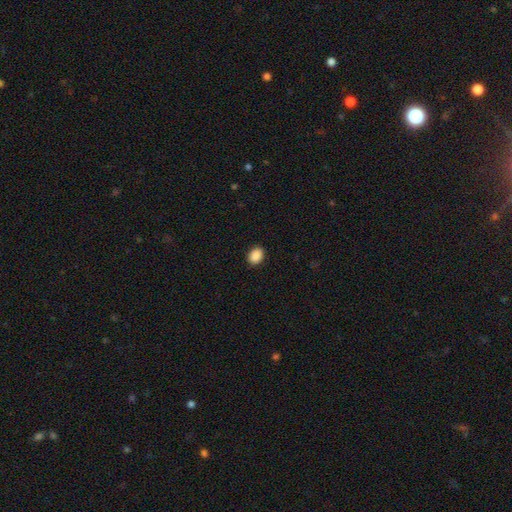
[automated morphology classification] Smooth or featured: smooth — 90% (star or artifact — 8%)
How rounded: in between — 64% (round — 35%)
Merging: none — 90% (minor disturbance — 7%)